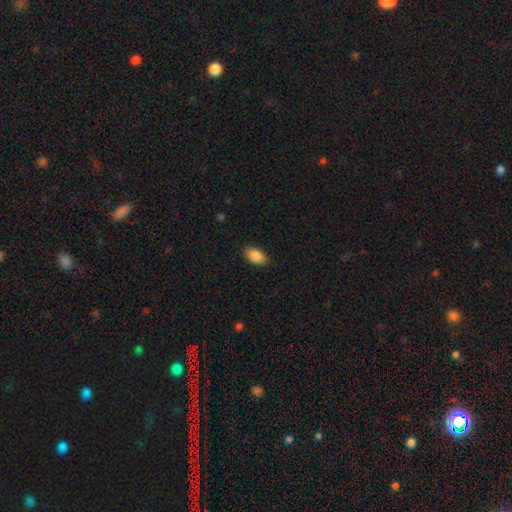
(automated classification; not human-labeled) Morphology: type=smooth (88%); roundness=in between (93%); merging=none (87%).